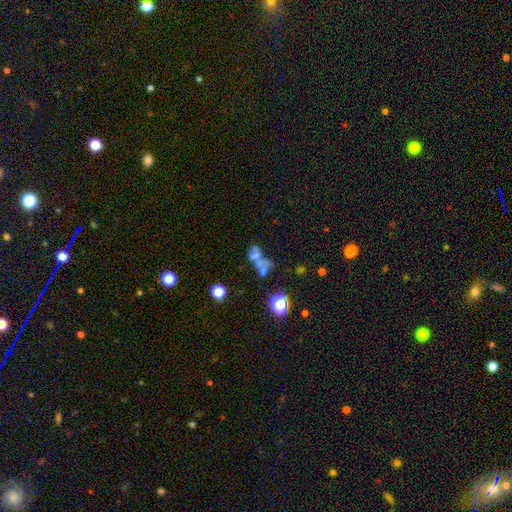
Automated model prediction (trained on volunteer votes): Smooth or featured?
  - smooth: 41% *
  - featured or disk: 30%
  - star or artifact: 29%
Merging?
  - merger: 45% *
  - none: 30%
  - major disturbance: 15%
  - minor disturbance: 10%